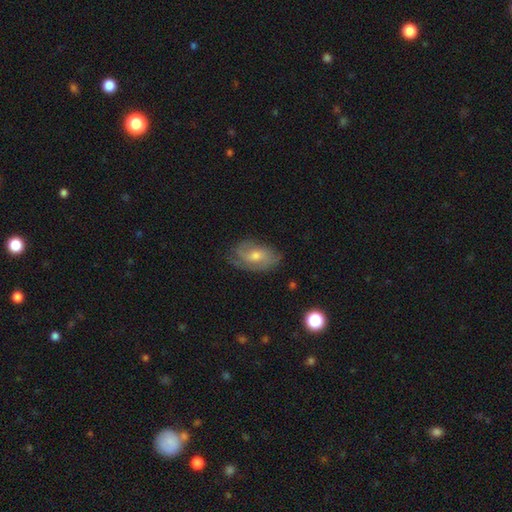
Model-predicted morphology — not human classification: Smooth or featured? Predicted: featured or disk (p=0.64). Edge-on disk? Predicted: no (p=0.94). Bar? Predicted: no (p=0.60). Spiral arms? Predicted: yes (p=0.86). Spiral winding? Predicted: medium (p=0.40, tied with tight). Spiral arm count? Predicted: 2 (p=0.41). Bulge size? Predicted: moderate (p=0.60). Merging? Predicted: none (p=0.68).